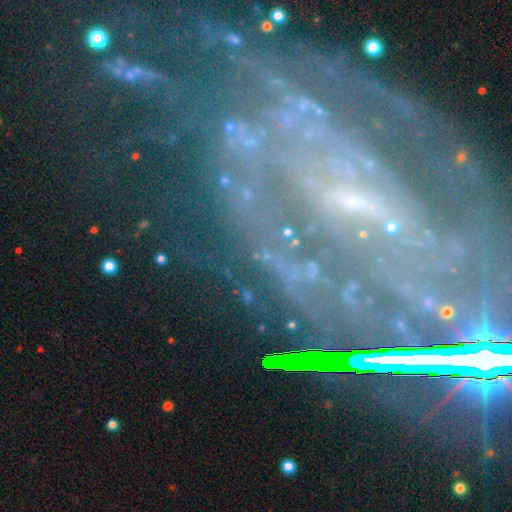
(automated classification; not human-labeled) Smooth or featured?
  - featured or disk: 42% *
  - star or artifact: 41%
  - smooth: 16%
Merging?
  - none: 64% *
  - minor disturbance: 16%
  - major disturbance: 13%
  - merger: 7%